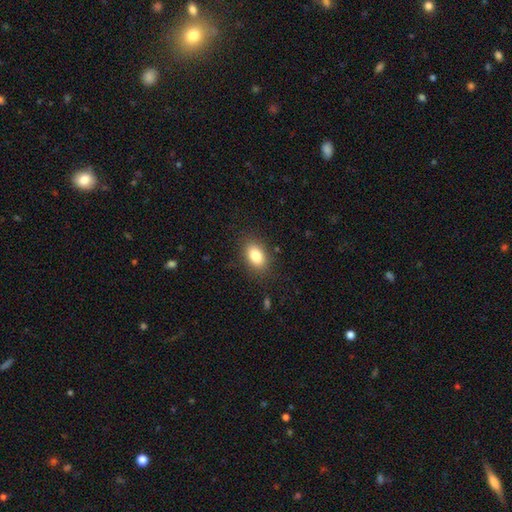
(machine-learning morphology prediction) Smooth or featured? smooth (84%)
How rounded? in between (88%)
Merging? none (84%)